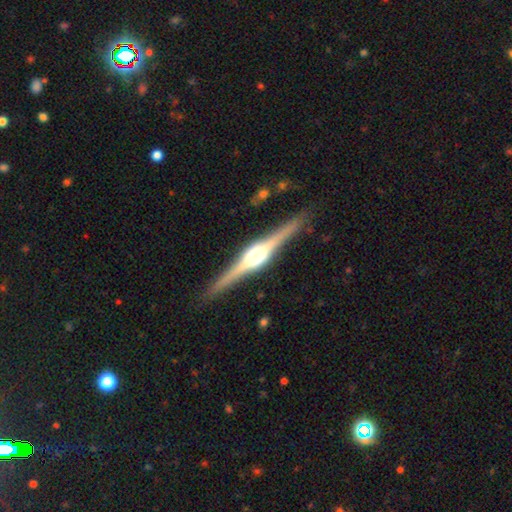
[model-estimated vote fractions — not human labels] Smooth or featured: featured or disk — 85% (smooth — 10%)
Edge-on disk: yes — 98% (no — 2%)
Edge-on bulge: rounded — 91% (boxy — 7%)
Merging: none — 88% (minor disturbance — 9%)